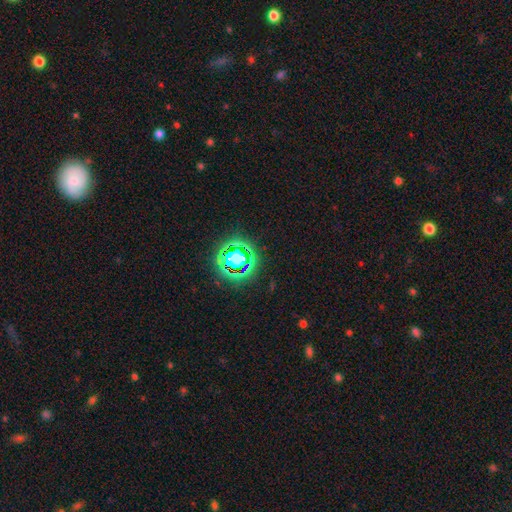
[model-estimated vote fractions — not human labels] The model was most divided on "smooth or featured": star or artifact: 81%, smooth: 13%, featured or disk: 7%.